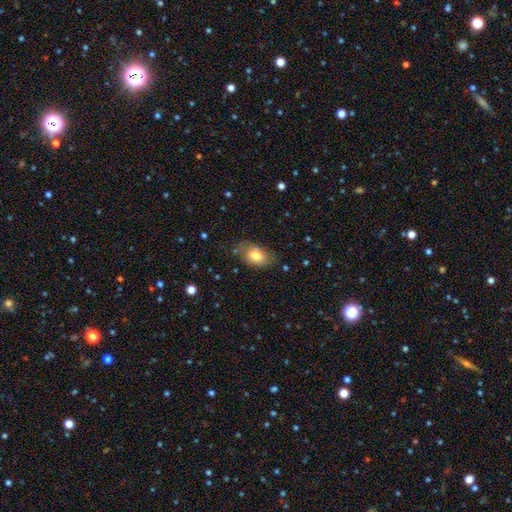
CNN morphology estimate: This appears to be a smooth galaxy with no disk features (78%) that is in between round and cigar-shaped (89%). Merging: none (68%).